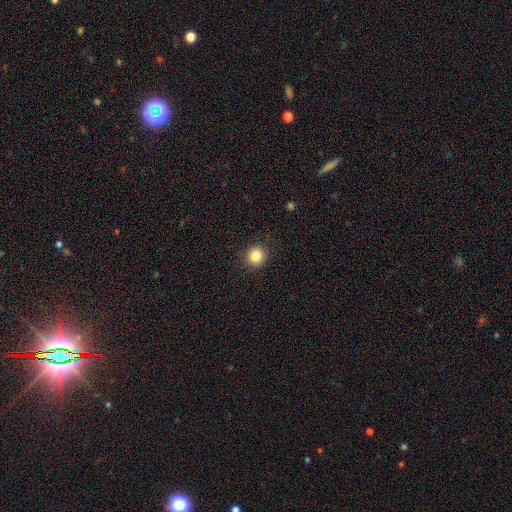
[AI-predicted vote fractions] Q: Smooth or featured?
A: smooth (84%); runner-up: star or artifact (11%)
Q: How rounded?
A: round (91%); runner-up: in between (8%)
Q: Merging?
A: none (91%); runner-up: minor disturbance (6%)